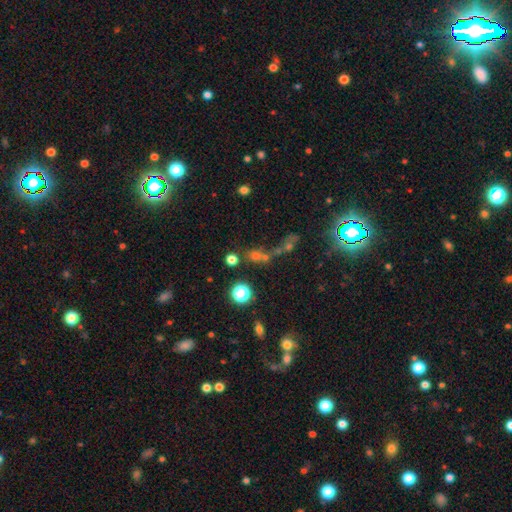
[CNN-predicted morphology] A smooth galaxy with no disk features (48%). Merging: none (43%).